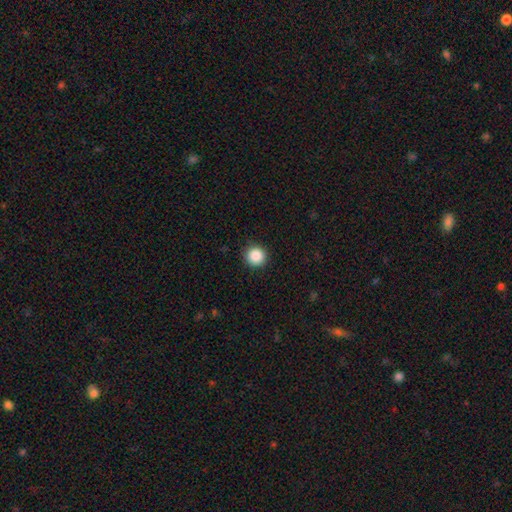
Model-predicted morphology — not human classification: smooth_or_featured: smooth (p=0.88) [alt: star or artifact p=0.09]
how_rounded: round (p=0.94) [alt: in between p=0.05]
merging: none (p=0.92) [alt: minor disturbance p=0.06]